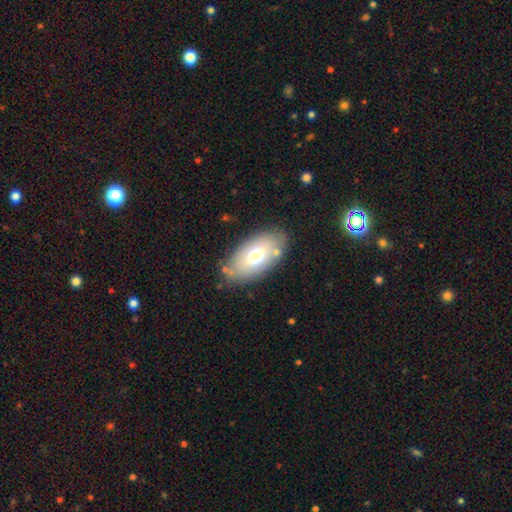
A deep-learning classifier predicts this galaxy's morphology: The model was most divided on "smooth or featured": smooth: 67%, featured or disk: 25%, star or artifact: 8%. More confident: how rounded — in between (93%); merging — none (78%).